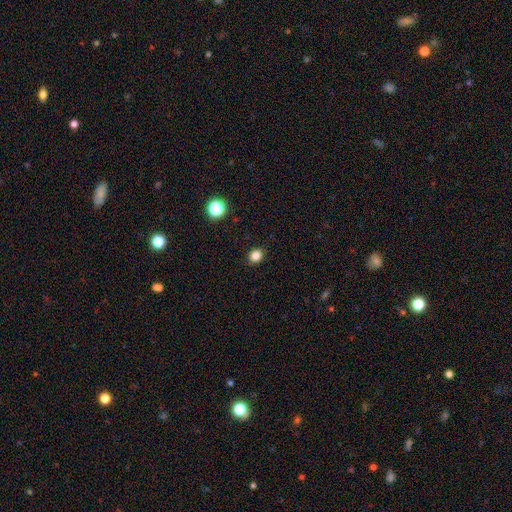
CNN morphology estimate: Smooth or featured: smooth — 83% (star or artifact — 12%)
How rounded: round — 57% (in between — 42%)
Merging: none — 89% (minor disturbance — 8%)